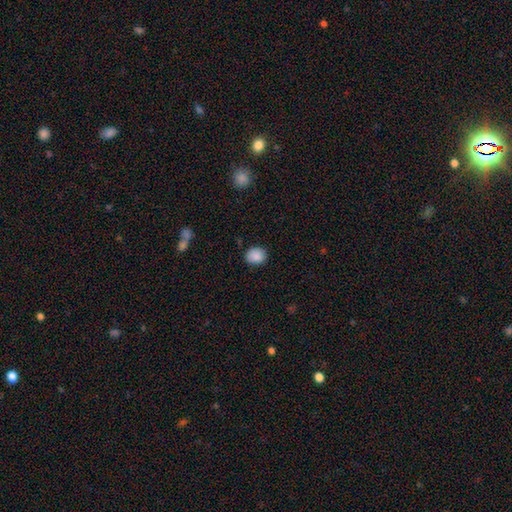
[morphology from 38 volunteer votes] A smooth galaxy with no disk features (92%) that is round (63%).

Vote fractions:
- Smooth or featured? smooth: 92% / star or artifact: 8% / featured or disk: 0%
- How rounded? round: 63% / in between: 37% / cigar-shaped: 0%
- Merging? none: 80% / minor disturbance: 14% / major disturbance: 6% / merger: 0%